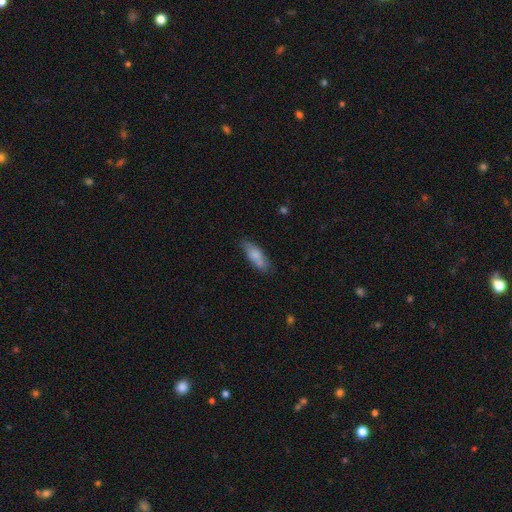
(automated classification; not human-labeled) smooth_or_featured: smooth (p=0.77) [alt: featured or disk p=0.17]
how_rounded: in between (p=0.61) [alt: cigar-shaped p=0.37]
merging: none (p=0.66) [alt: minor disturbance p=0.21]